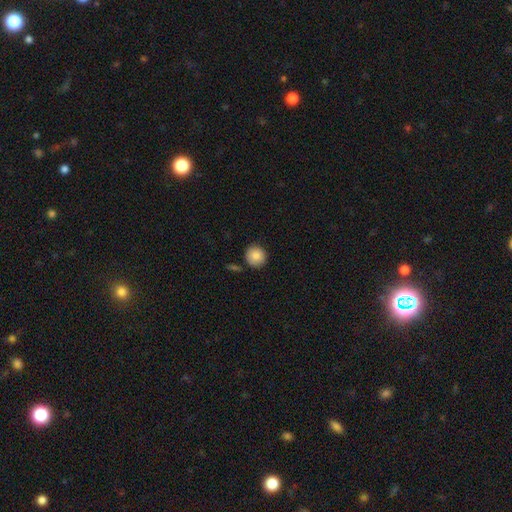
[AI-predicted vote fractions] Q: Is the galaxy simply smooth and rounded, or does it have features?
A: smooth — 87%.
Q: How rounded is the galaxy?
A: round — 93%.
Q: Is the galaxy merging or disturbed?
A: none — 87%.